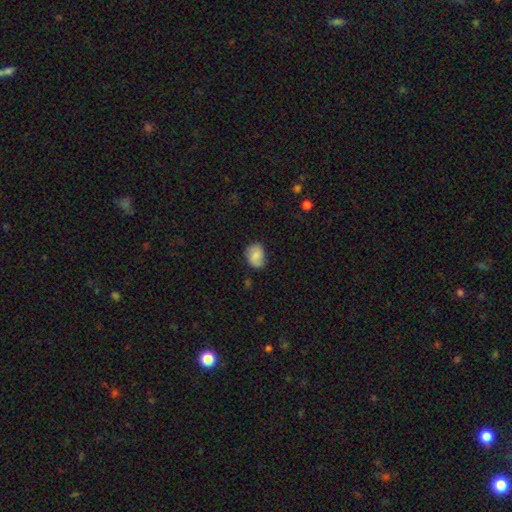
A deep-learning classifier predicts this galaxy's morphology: This appears to be a smooth galaxy with no disk features (72%) that is in between round and cigar-shaped (60%). Merging: none (68%).